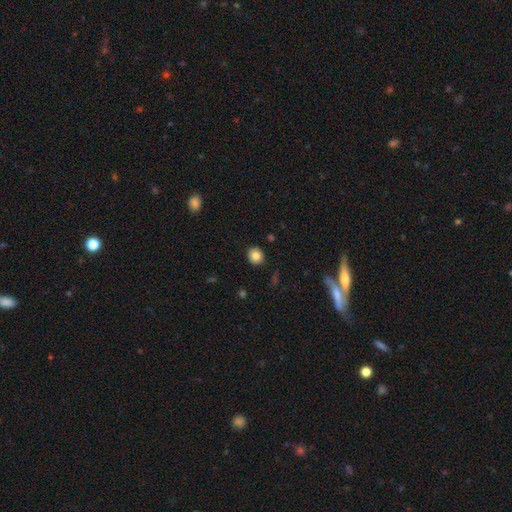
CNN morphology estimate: smooth 82%, star or artifact 10%, featured or disk 8%. Down the decision tree: how rounded — round (85%); merging — none (90%).